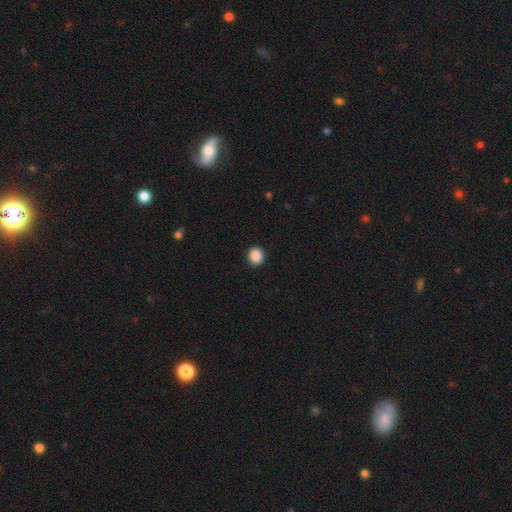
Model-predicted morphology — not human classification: The model was most divided on "how rounded": round: 75%, in between: 24%, cigar-shaped: 1%. More confident: merging — none (91%); smooth or featured — smooth (89%).